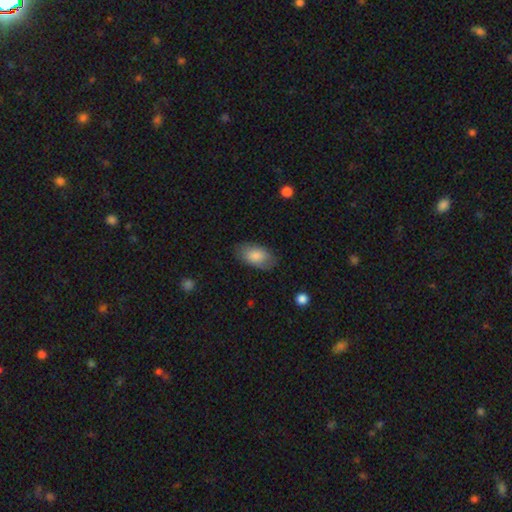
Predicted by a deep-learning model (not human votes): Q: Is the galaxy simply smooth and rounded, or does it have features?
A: smooth — 82%.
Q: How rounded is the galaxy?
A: in between — 93%.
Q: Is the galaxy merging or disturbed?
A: none — 79%.